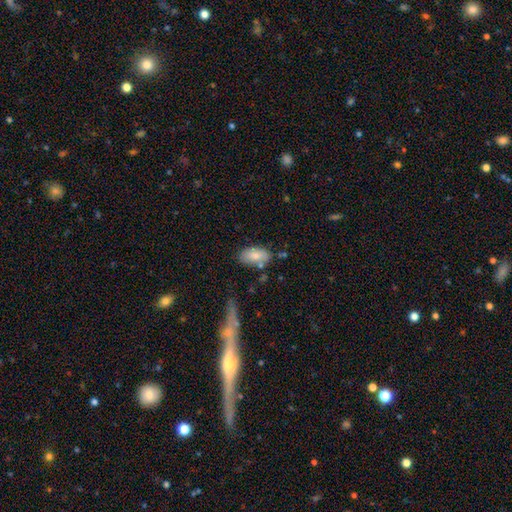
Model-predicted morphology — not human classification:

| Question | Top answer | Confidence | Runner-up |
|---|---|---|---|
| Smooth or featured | smooth | 81% | featured or disk (12%) |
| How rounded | in between | 94% | round (4%) |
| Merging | none | 71% | minor disturbance (18%) |